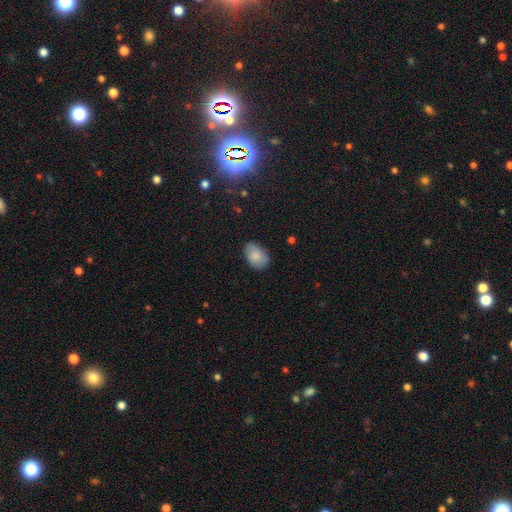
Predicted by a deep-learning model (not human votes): This appears to be a smooth galaxy with no disk features (82%) that is in between round and cigar-shaped (87%). Merging: none (71%).